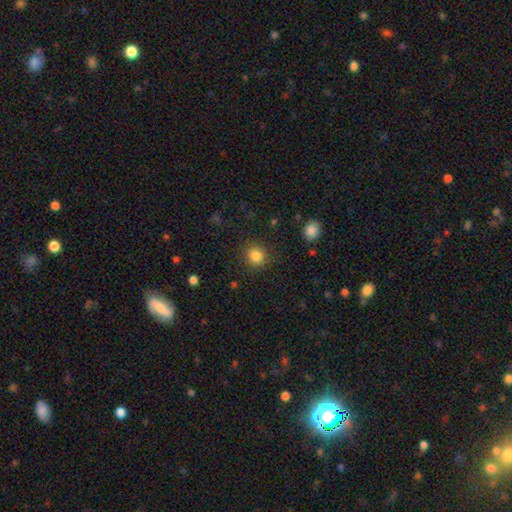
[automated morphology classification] The model was most divided on "smooth or featured": smooth: 84%, star or artifact: 12%, featured or disk: 5%. More confident: how rounded — round (91%); merging — none (88%).